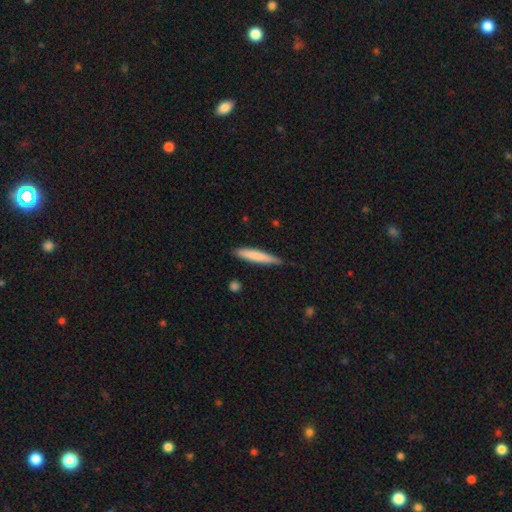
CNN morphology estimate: Q: Smooth or featured?
A: smooth (78%); runner-up: featured or disk (17%)
Q: How rounded?
A: cigar-shaped (92%); runner-up: in between (7%)
Q: Merging?
A: none (85%); runner-up: minor disturbance (12%)